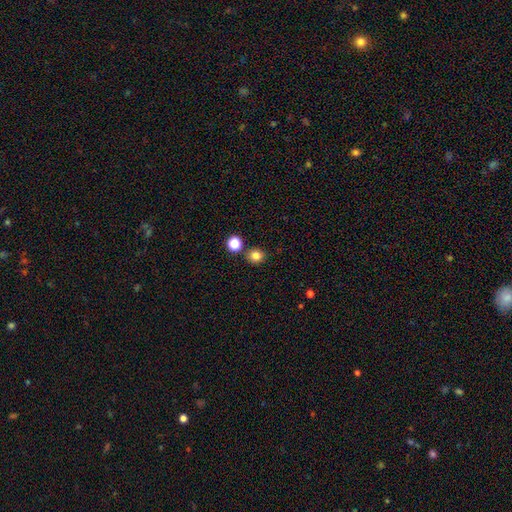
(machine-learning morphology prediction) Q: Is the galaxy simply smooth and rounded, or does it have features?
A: smooth — 82%.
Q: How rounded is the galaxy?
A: round — 83%.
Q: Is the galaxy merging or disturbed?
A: none — 81%.